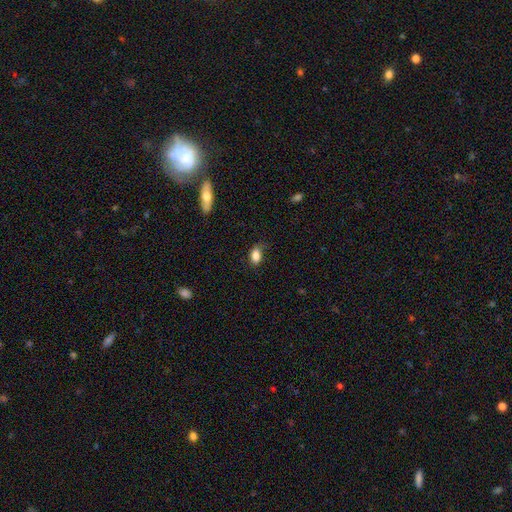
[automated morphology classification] This appears to be a smooth galaxy with no disk features (85%) that is in between round and cigar-shaped (86%). Merging: none (66%).